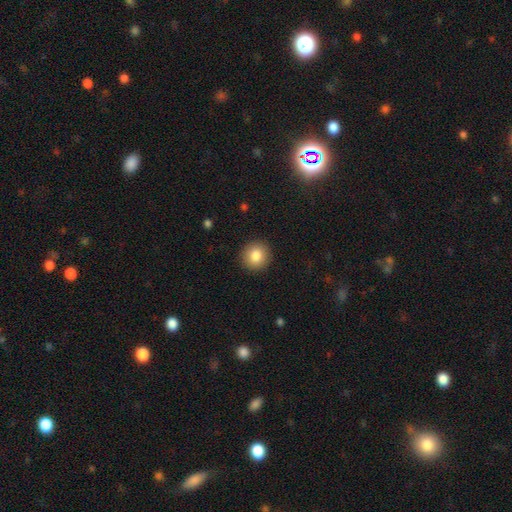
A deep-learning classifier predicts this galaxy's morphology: Smooth or featured: smooth — 84% (star or artifact — 9%)
How rounded: round — 90% (in between — 9%)
Merging: none — 92% (minor disturbance — 6%)